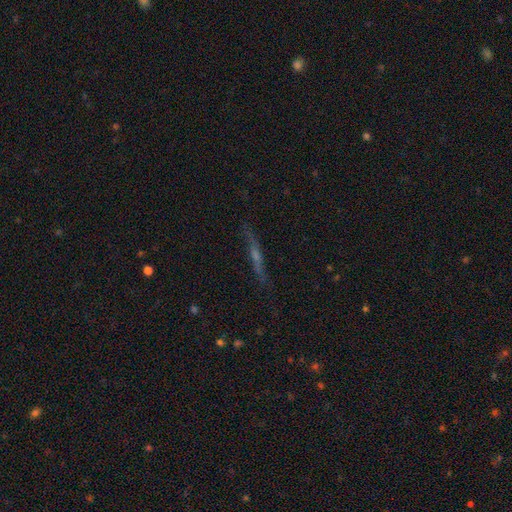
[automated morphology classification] The model was most divided on "edge-on bulge": rounded: 65%, none: 26%, boxy: 10%. More confident: edge-on disk — yes (92%); merging — none (83%); smooth or featured — featured or disk (66%).